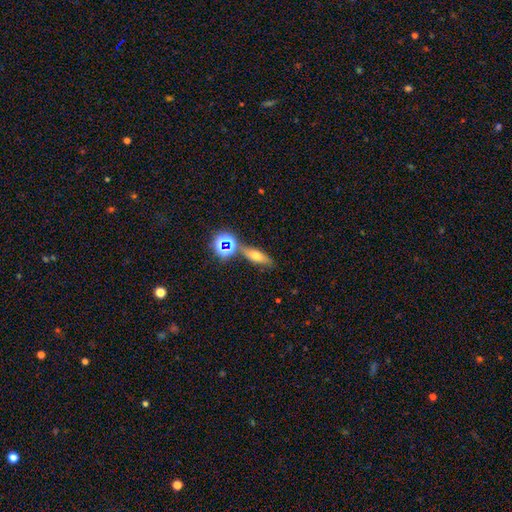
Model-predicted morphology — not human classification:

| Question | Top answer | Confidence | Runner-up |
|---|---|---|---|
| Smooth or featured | smooth | 44% | featured or disk (31%) |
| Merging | none | 75% | minor disturbance (12%) |